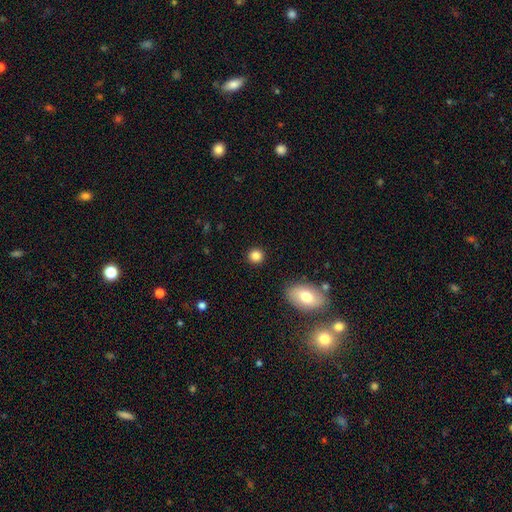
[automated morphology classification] Smooth or featured?
  - smooth: 85% *
  - star or artifact: 11%
  - featured or disk: 5%
How rounded?
  - round: 89% *
  - in between: 10%
  - cigar-shaped: 1%
Merging?
  - none: 90% *
  - minor disturbance: 6%
  - major disturbance: 2%
  - merger: 2%